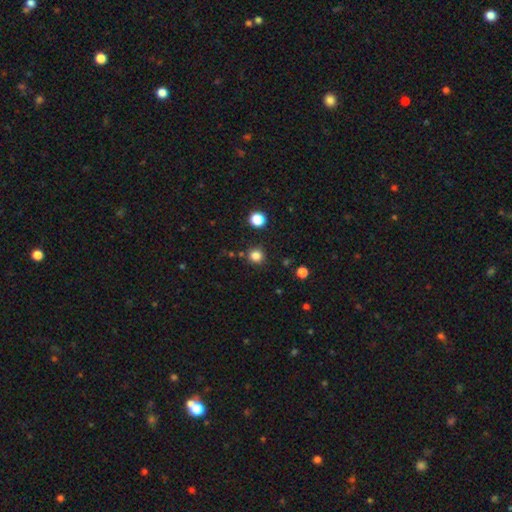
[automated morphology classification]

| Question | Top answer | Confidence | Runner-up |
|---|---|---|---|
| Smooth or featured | smooth | 82% | star or artifact (14%) |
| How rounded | round | 89% | in between (10%) |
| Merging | none | 85% | minor disturbance (9%) |